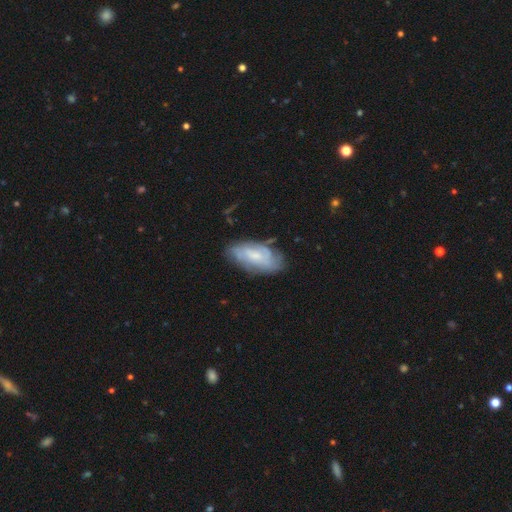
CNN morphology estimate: This appears to be a featured or disk galaxy (56%) with no bar (60%), spiral arms (75%) and a small central bulge (51%). Merging: none (67%).